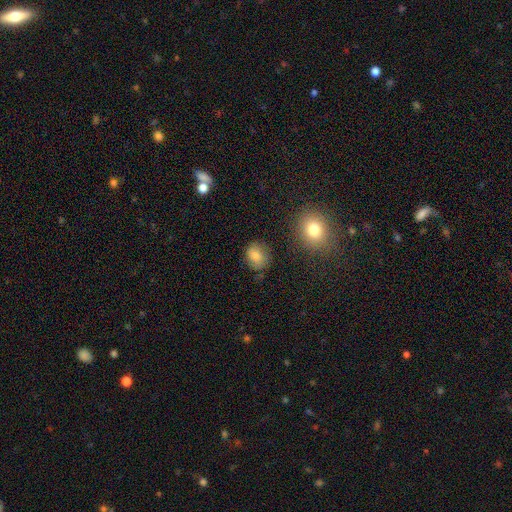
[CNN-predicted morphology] Smooth or featured?
  - smooth: 83% *
  - star or artifact: 10%
  - featured or disk: 7%
How rounded?
  - round: 51% *
  - in between: 48%
  - cigar-shaped: 1%
Merging?
  - none: 74% *
  - minor disturbance: 18%
  - major disturbance: 5%
  - merger: 3%